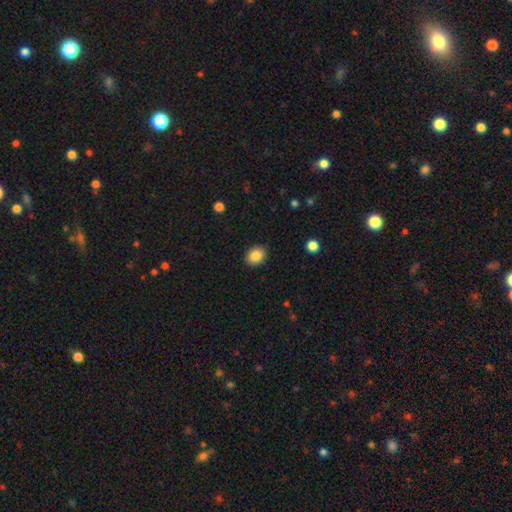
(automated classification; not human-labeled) The model was most divided on "how rounded": round: 52%, in between: 47%, cigar-shaped: 1%. More confident: merging — none (90%); smooth or featured — smooth (85%).